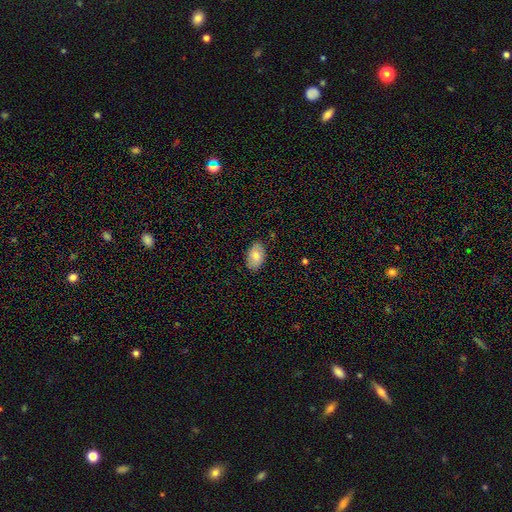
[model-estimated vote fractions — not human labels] Q: Smooth or featured?
A: smooth (75%); runner-up: featured or disk (18%)
Q: How rounded?
A: in between (92%); runner-up: round (7%)
Q: Merging?
A: none (85%); runner-up: minor disturbance (12%)